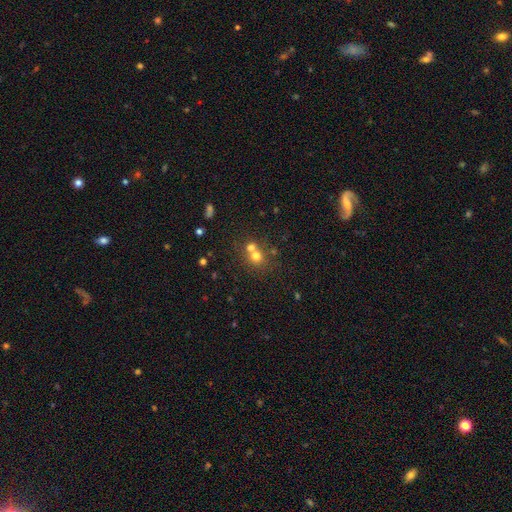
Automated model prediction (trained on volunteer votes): Smooth or featured: smooth — 69% (star or artifact — 16%)
How rounded: round — 83% (in between — 16%)
Merging: merger — 50% (none — 41%)